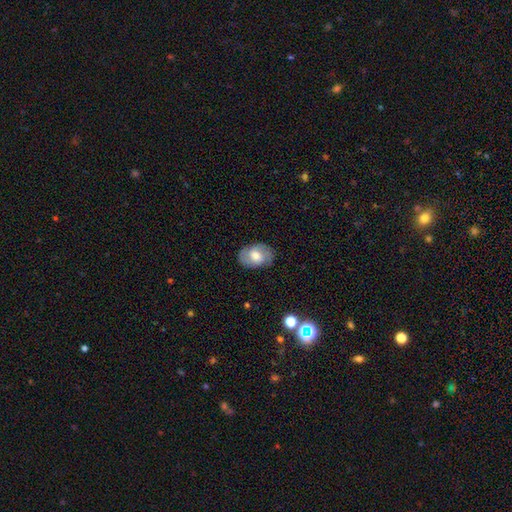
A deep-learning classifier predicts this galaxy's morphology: Smooth or featured?
  - smooth: 51% *
  - featured or disk: 41%
  - star or artifact: 7%
How rounded?
  - in between: 80% *
  - round: 19%
  - cigar-shaped: 1%
Merging?
  - none: 79% *
  - minor disturbance: 15%
  - major disturbance: 5%
  - merger: 1%